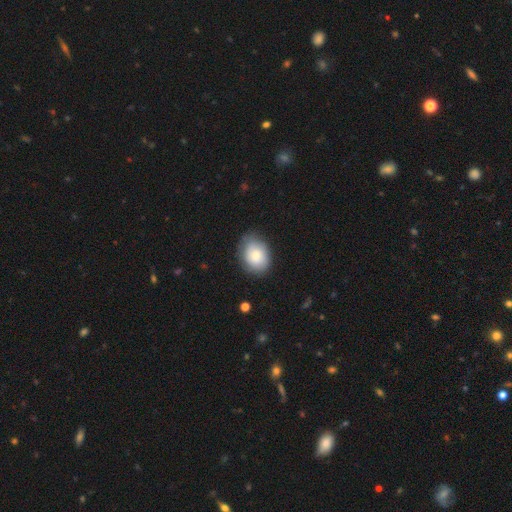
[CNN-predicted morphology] A smooth galaxy with no disk features (74%) that is in between round and cigar-shaped (67%). Merging: none (73%).